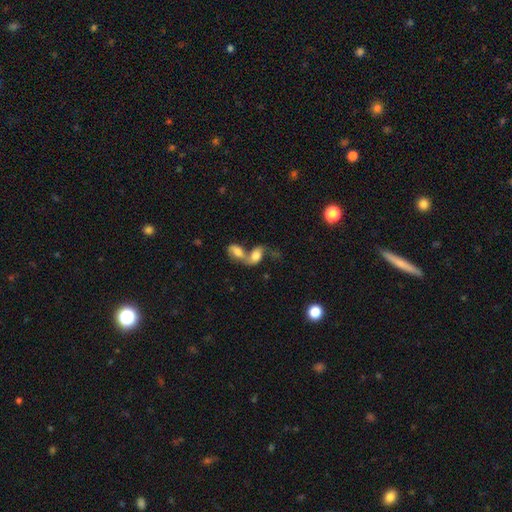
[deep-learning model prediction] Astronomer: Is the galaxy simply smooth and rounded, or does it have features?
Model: smooth — 52% (runner-up: featured or disk, 37%).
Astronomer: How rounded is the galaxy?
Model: in between — 83%.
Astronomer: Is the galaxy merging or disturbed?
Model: merger — 77%.